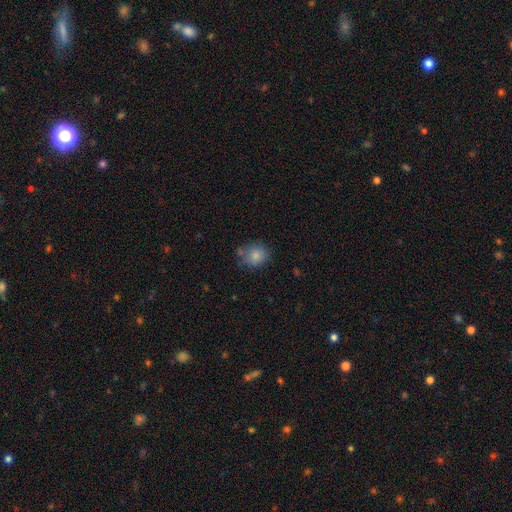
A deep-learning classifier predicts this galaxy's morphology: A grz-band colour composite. It shows a smooth galaxy with no disk features (83%) that is round (69%). Merging: none (70%).